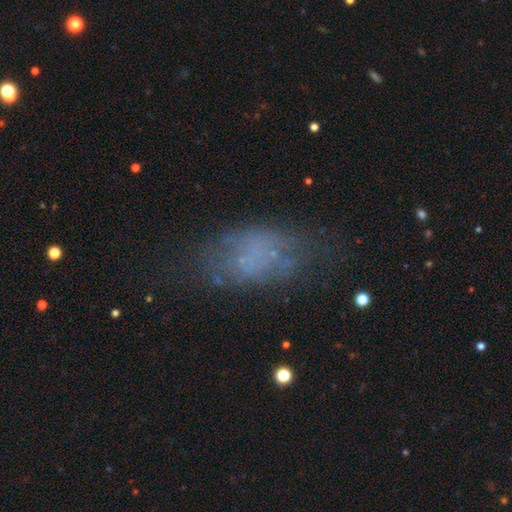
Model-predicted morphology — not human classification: A smooth galaxy with no disk features (53%) that is in between round and cigar-shaped (88%). Merging: none (54%).